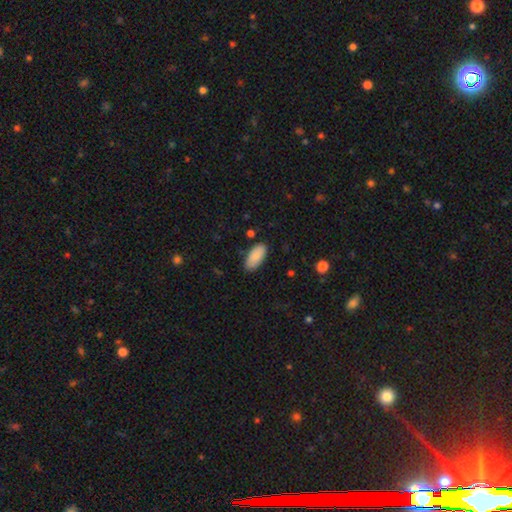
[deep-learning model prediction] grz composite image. It shows a smooth galaxy with no disk features (87%) that is in between round and cigar-shaped (93%). Merging: none (85%).